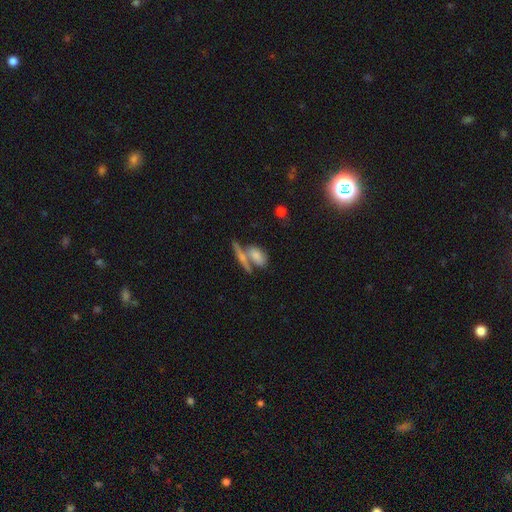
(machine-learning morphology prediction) smooth_or_featured: smooth (p=0.57) [alt: featured or disk p=0.33]
how_rounded: in between (p=0.65) [alt: cigar-shaped p=0.23]
merging: merger (p=0.44) [alt: none p=0.39]